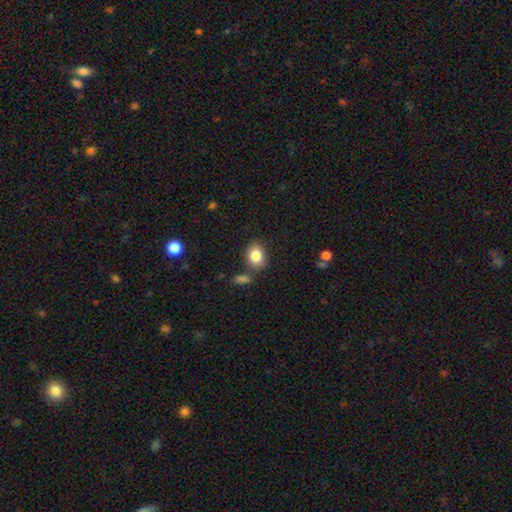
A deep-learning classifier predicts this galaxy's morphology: A smooth galaxy with no disk features (85%) that is in between round and cigar-shaped (60%). Merging: none (71%).